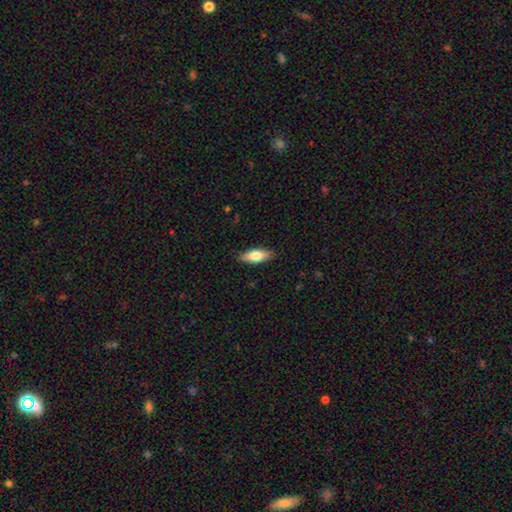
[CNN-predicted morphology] The model was most divided on "how rounded": in between: 75%, cigar-shaped: 22%, round: 2%. More confident: merging — none (86%); smooth or featured — smooth (74%).